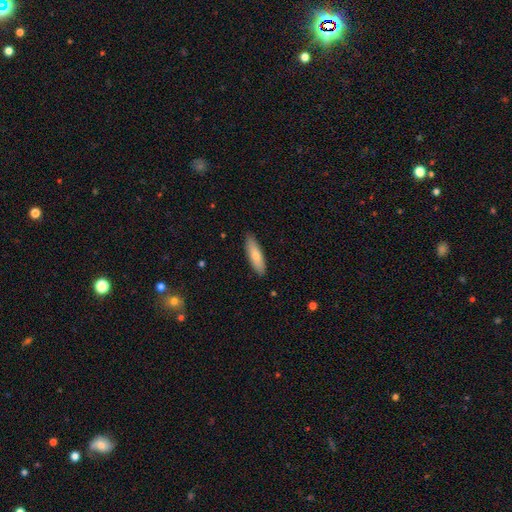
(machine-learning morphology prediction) Q: Smooth or featured?
A: smooth (77%); runner-up: featured or disk (18%)
Q: How rounded?
A: cigar-shaped (60%); runner-up: in between (38%)
Q: Merging?
A: none (87%); runner-up: minor disturbance (10%)